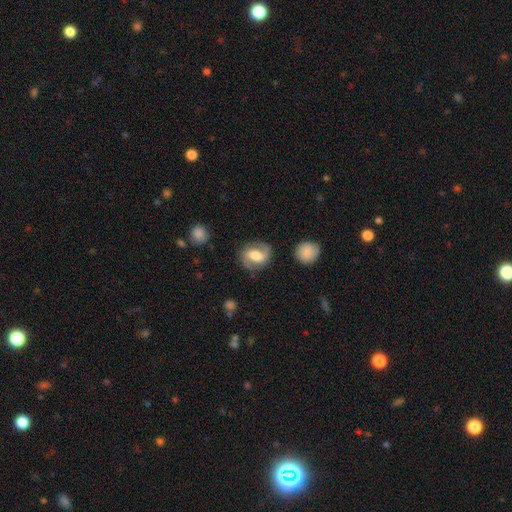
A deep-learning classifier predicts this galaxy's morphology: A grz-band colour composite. It shows a featured or disk galaxy (62%) with a weak bar (45%), 2 (88%) medium (48%) spiral arms (84%) and a moderate central bulge (57%). Merging: none (78%).